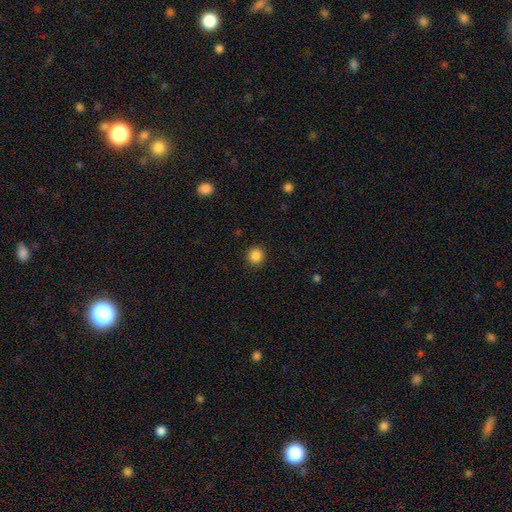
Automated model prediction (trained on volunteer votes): Overall: smooth (86%). How rounded: round (93%). Merging: none (91%).